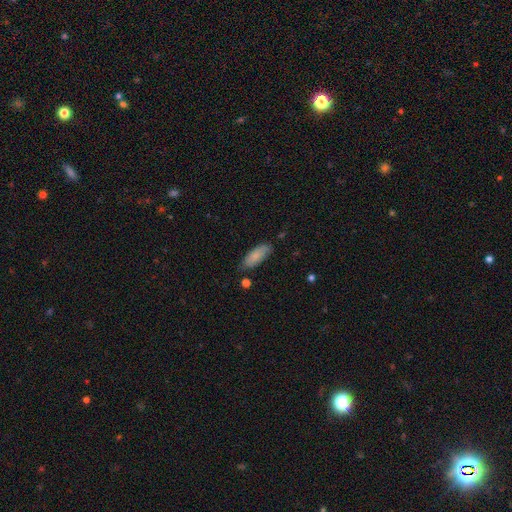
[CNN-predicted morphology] This is clearly a smooth galaxy (82%). How rounded: likely in between (78%). Merging: likely none (73%).